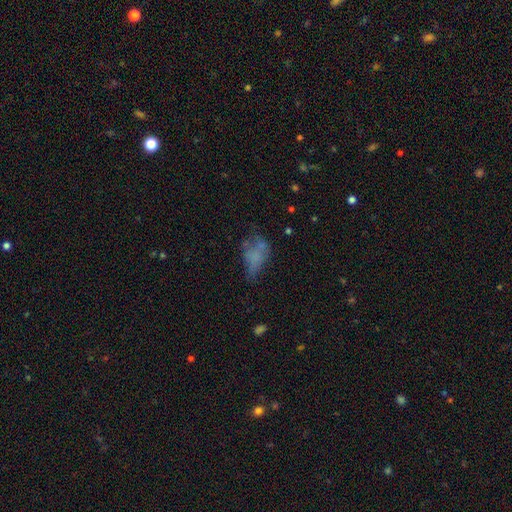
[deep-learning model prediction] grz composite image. It shows a smooth galaxy with no disk features (52%) that is in between round and cigar-shaped (83%). Merging: none (35%).